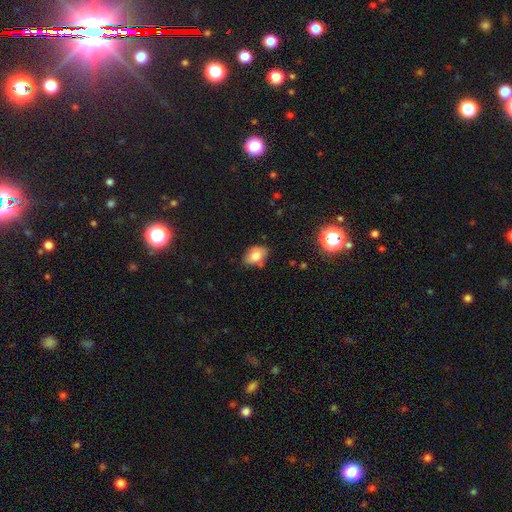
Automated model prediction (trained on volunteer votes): Smooth or featured? smooth (79%)
How rounded? in between (85%)
Merging? none (71%)